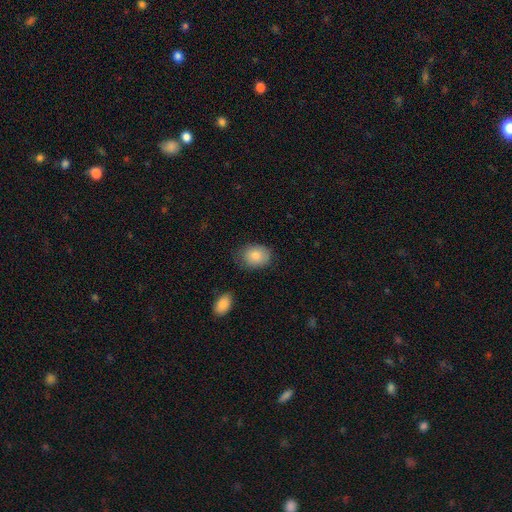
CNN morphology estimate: This appears to be a smooth galaxy with no disk features (85%) that is in between round and cigar-shaped (65%). Merging: none (74%).